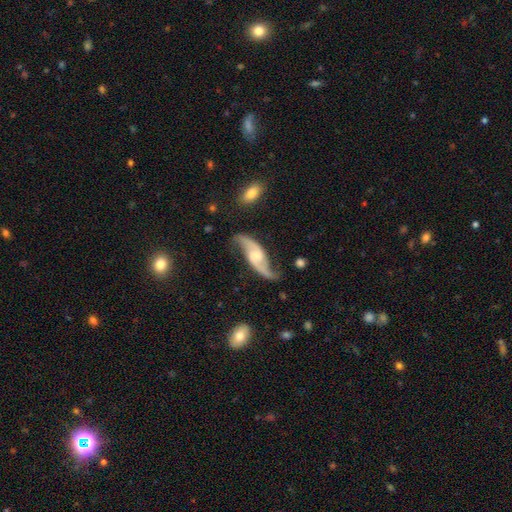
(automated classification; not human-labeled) Smooth or featured? featured or disk (89%)
Edge-on disk? no (93%)
Bar? weak (44%)
Spiral arms? yes (97%)
Spiral winding? loose (75%)
Spiral arm count? 2 (94%)
Bulge size? moderate (41%)
Merging? none (73%)